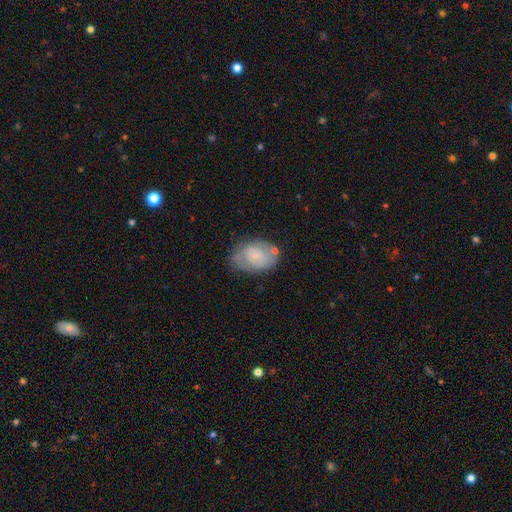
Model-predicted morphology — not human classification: smooth-or-featured: featured or disk: 49% | smooth: 44% | star or artifact: 7%
  merging: none: 57% | minor disturbance: 27% | major disturbance: 10% | merger: 6%